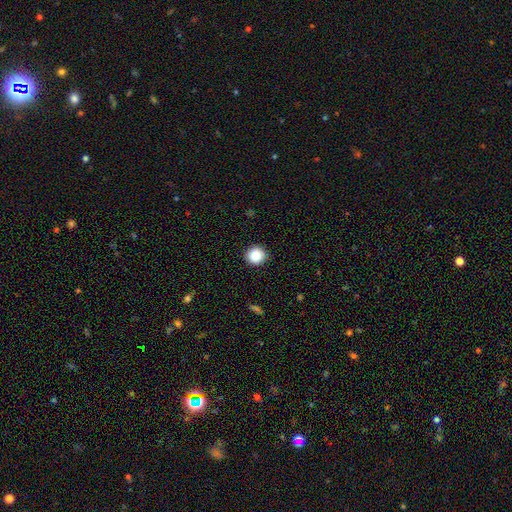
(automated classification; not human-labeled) This is clearly a smooth galaxy (87%). How rounded: clearly round (91%). Merging: clearly none (91%).